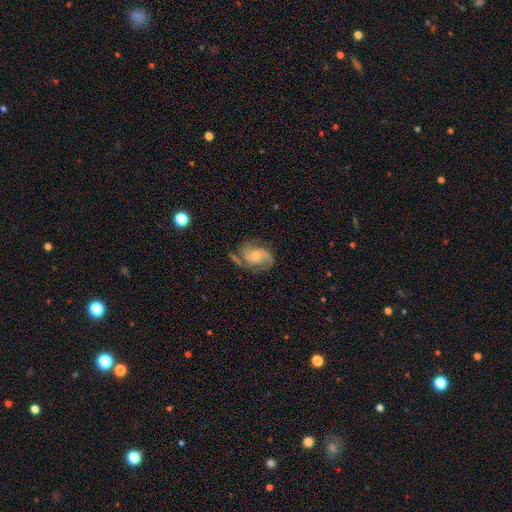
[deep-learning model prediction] Smooth or featured: featured or disk — 84% (smooth — 10%)
Edge-on disk: no — 98% (yes — 2%)
Bar: no — 58% (weak — 36%)
Spiral arms: yes — 96% (no — 4%)
Spiral winding: medium — 52% (loose — 25%)
Spiral arm count: 2 — 71% (3 — 13%)
Bulge size: small — 52% (moderate — 38%)
Merging: none — 63% (minor disturbance — 21%)